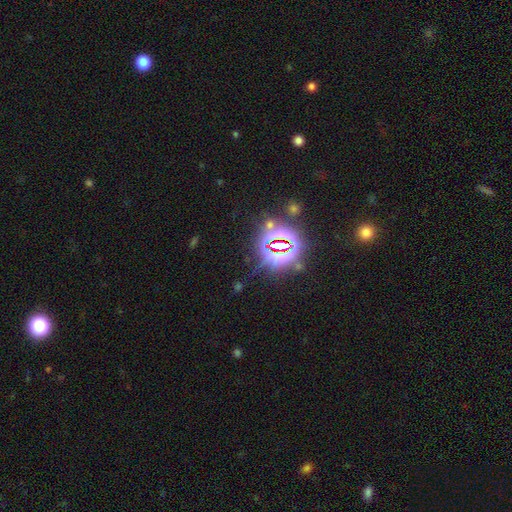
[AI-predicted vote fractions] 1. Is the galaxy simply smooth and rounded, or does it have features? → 84% star or artifact, 10% smooth, 6% featured or disk.